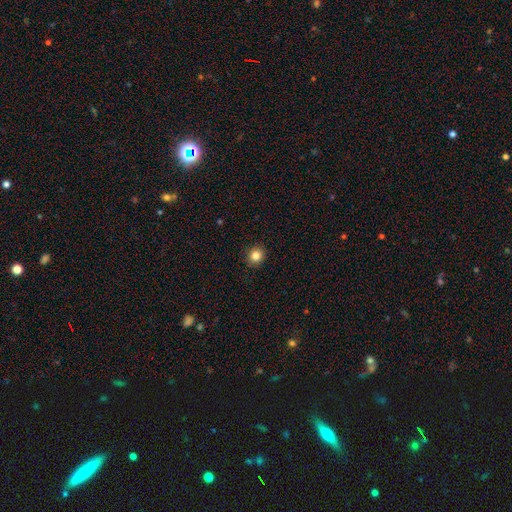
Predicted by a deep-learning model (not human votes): A smooth galaxy with no disk features (84%) that is round (85%). Merging: none (92%).